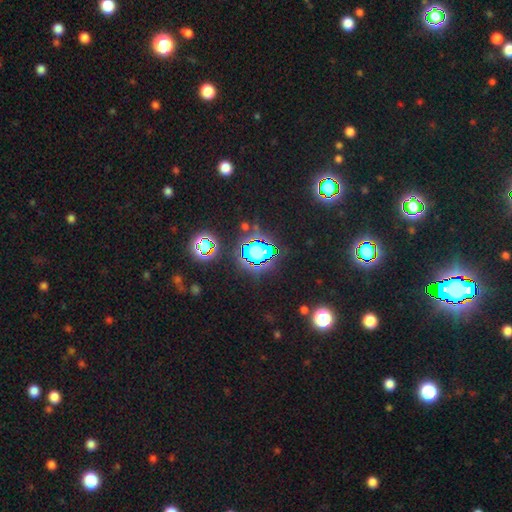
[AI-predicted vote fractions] star or artifact 69%, smooth 21%, featured or disk 10%.